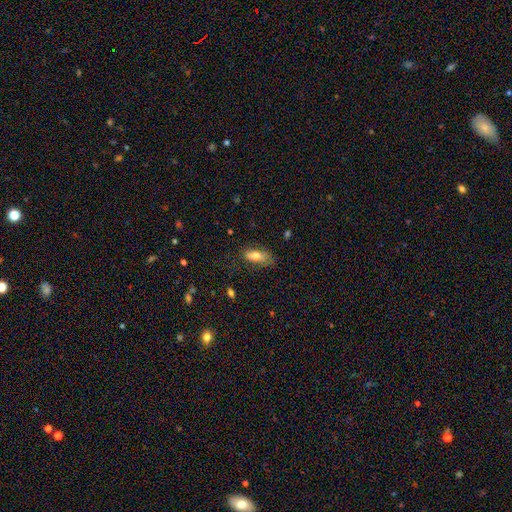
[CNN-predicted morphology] Smooth or featured?
  - smooth: 72% *
  - featured or disk: 20%
  - star or artifact: 8%
How rounded?
  - in between: 78% *
  - cigar-shaped: 19%
  - round: 3%
Merging?
  - none: 59% *
  - minor disturbance: 27%
  - major disturbance: 11%
  - merger: 2%